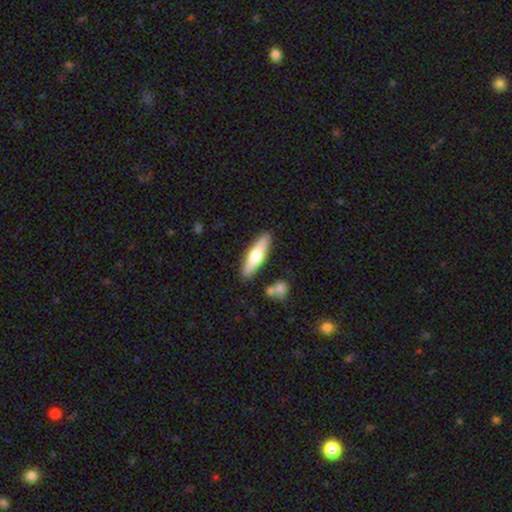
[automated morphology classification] Overall: smooth (55%; featured or disk 40%). How rounded: cigar-shaped (69%). Merging: none (87%).